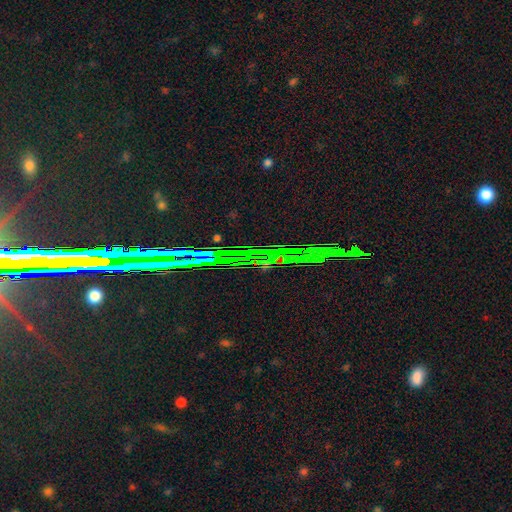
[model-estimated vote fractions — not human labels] This is clearly a star or artifact rather than a galaxy (81%).